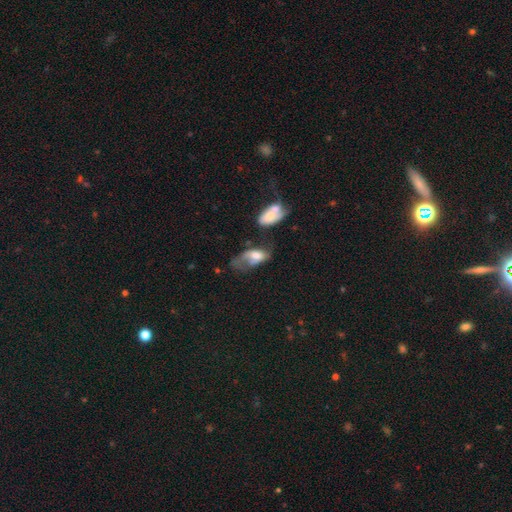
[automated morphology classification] smooth 52%, featured or disk 40%, star or artifact 8%. Down the decision tree: how rounded — in between (88%); merging — major disturbance (43%).